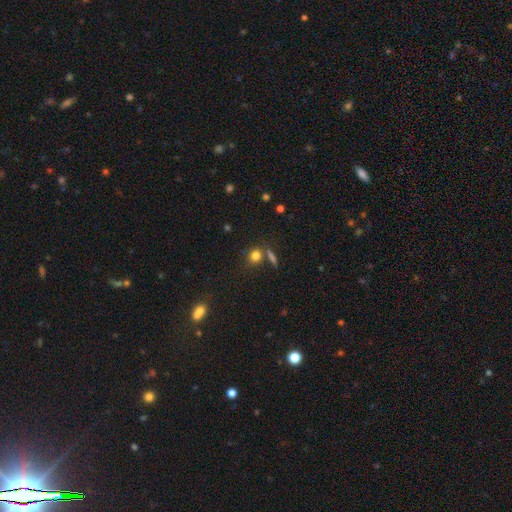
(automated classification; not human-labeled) Smooth or featured? Predicted: smooth (p=0.78). How rounded? Predicted: round (p=0.78). Merging? Predicted: none (p=0.70).